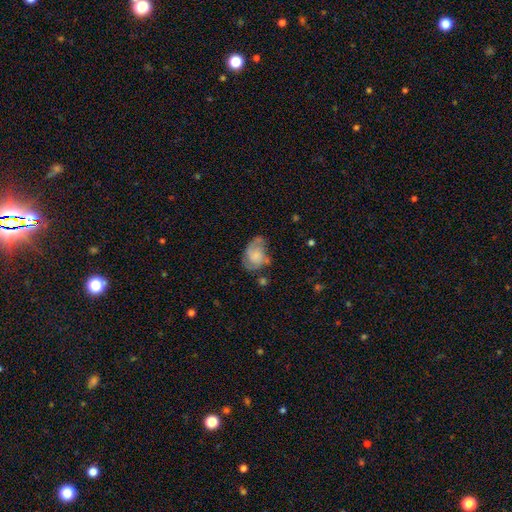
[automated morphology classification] Overall: featured or disk (47%; smooth 45%). Merging: none (38%; minor disturbance 31%).